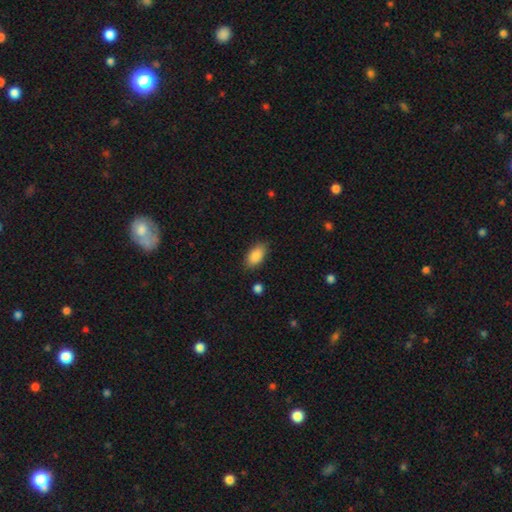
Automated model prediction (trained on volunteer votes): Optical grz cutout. It shows a smooth galaxy with no disk features (88%) that is in between round and cigar-shaped (92%). Merging: none (84%).